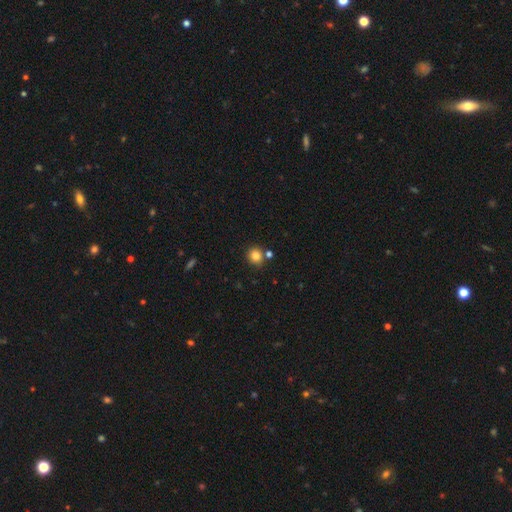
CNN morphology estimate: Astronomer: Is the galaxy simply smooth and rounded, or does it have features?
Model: smooth — 82%.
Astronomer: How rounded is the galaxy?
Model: round — 86%.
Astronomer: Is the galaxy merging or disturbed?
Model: none — 77%.